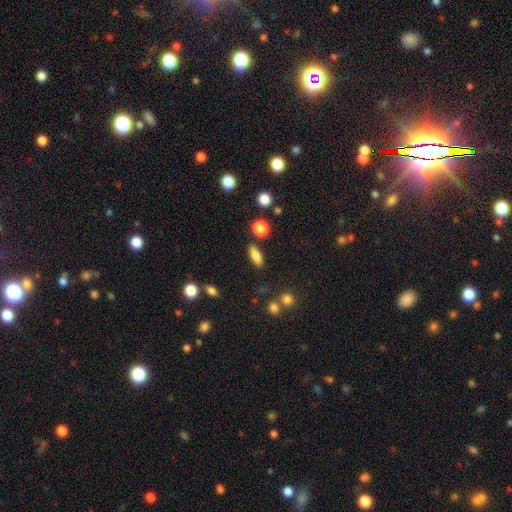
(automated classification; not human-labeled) smooth 82%, featured or disk 9%, star or artifact 9%. Down the decision tree: how rounded — in between (71%); merging — none (85%).